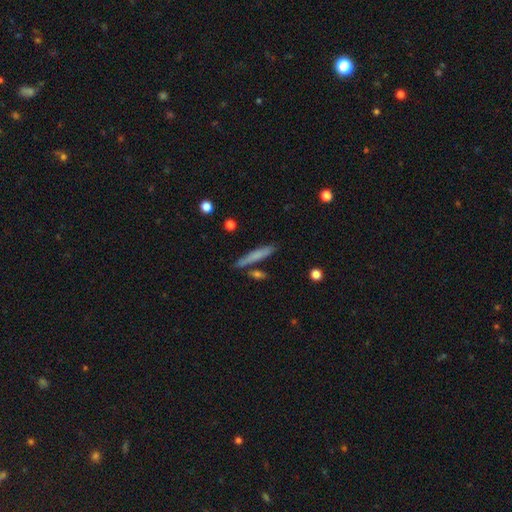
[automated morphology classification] Smooth or featured? Predicted: smooth (p=0.69). How rounded? Predicted: cigar-shaped (p=0.92). Merging? Predicted: none (p=0.79).